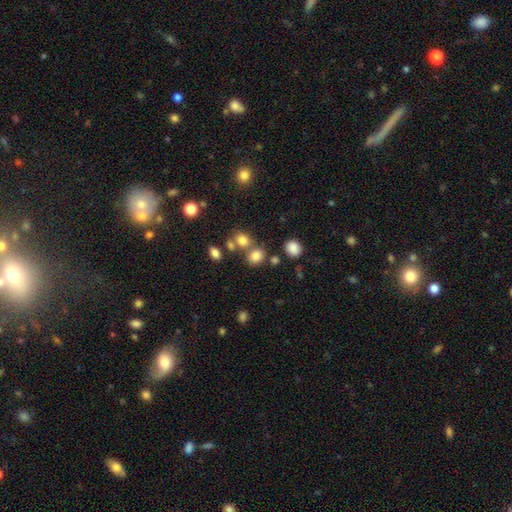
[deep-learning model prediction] Smooth or featured?
  - smooth: 78% *
  - star or artifact: 14%
  - featured or disk: 7%
How rounded?
  - round: 64% *
  - in between: 35%
  - cigar-shaped: 1%
Merging?
  - none: 64% *
  - merger: 21%
  - minor disturbance: 11%
  - major disturbance: 5%